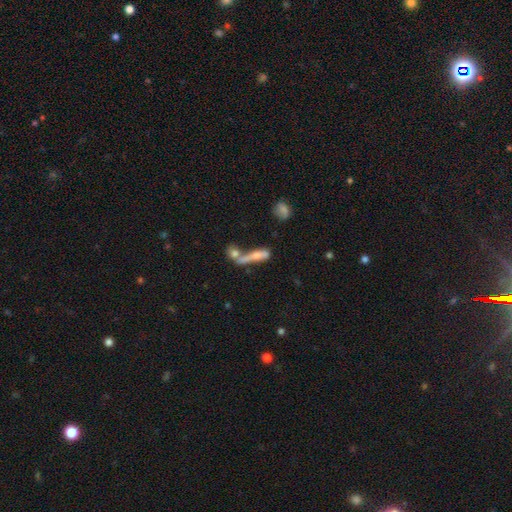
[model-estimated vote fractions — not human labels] smooth_or_featured: smooth (p=0.54) [alt: featured or disk p=0.36]
how_rounded: cigar-shaped (p=0.76) [alt: in between p=0.19]
merging: merger (p=0.42) [alt: none p=0.32]